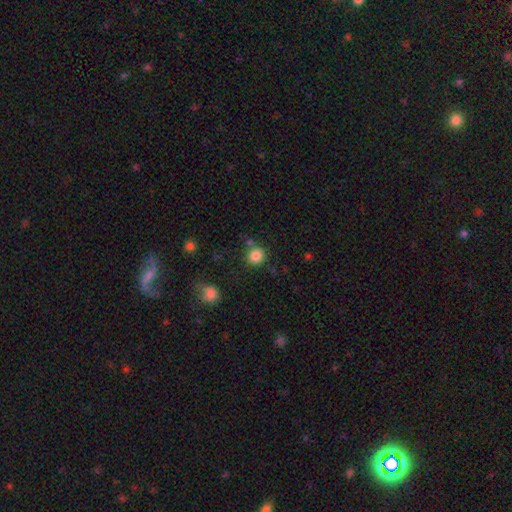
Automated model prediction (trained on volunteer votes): Q: Smooth or featured?
A: smooth (85%); runner-up: star or artifact (11%)
Q: How rounded?
A: round (84%); runner-up: in between (15%)
Q: Merging?
A: none (77%); runner-up: minor disturbance (11%)